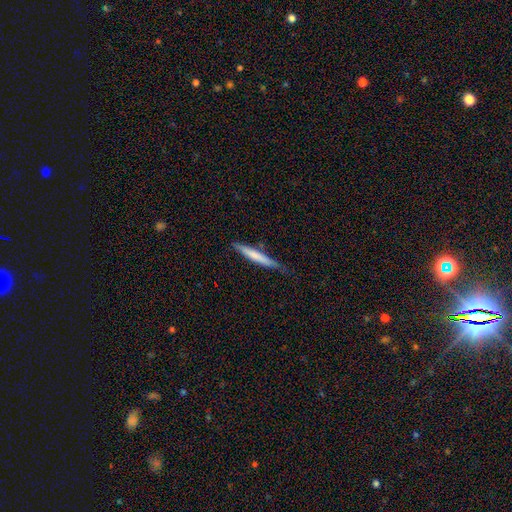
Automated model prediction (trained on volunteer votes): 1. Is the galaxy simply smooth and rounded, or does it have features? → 60% smooth, 35% featured or disk, 5% star or artifact.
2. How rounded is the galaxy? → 95% cigar-shaped, 4% in between, 1% round.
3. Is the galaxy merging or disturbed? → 73% none, 21% minor disturbance, 3% major disturbance, 2% merger.